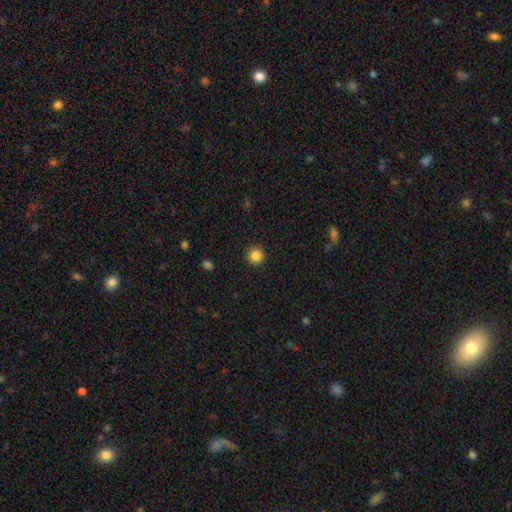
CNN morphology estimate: smooth_or_featured: smooth (p=0.85) [alt: star or artifact p=0.11]
how_rounded: round (p=0.95) [alt: in between p=0.04]
merging: none (p=0.92) [alt: minor disturbance p=0.05]